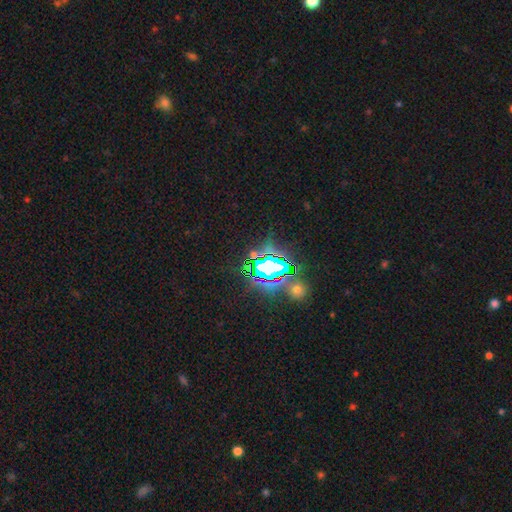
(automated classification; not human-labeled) smooth_or_featured: star or artifact (p=0.80) [alt: smooth p=0.10]